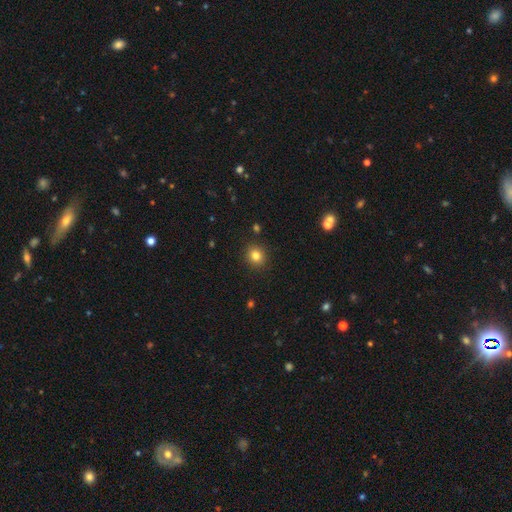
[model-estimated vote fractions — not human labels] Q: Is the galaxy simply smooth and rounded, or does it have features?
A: smooth — 82%.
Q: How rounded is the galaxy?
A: round — 84%.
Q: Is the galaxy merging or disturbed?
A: none — 90%.